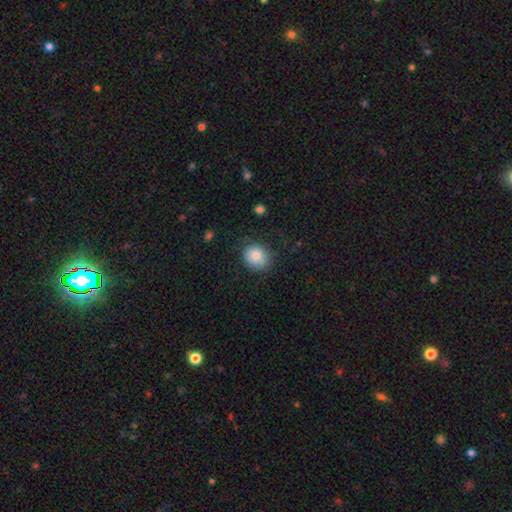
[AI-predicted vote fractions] smooth_or_featured: smooth (p=0.81) [alt: featured or disk p=0.10]
how_rounded: round (p=0.78) [alt: in between p=0.21]
merging: none (p=0.75) [alt: minor disturbance p=0.18]